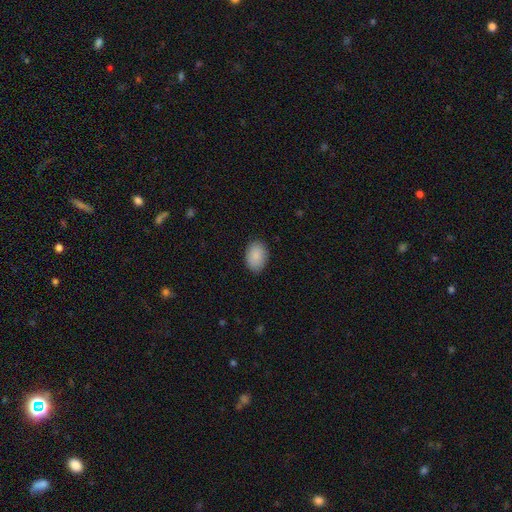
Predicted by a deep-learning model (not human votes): The model was most divided on "how rounded": in between: 85%, round: 14%, cigar-shaped: 1%. More confident: smooth or featured — smooth (90%); merging — none (87%).